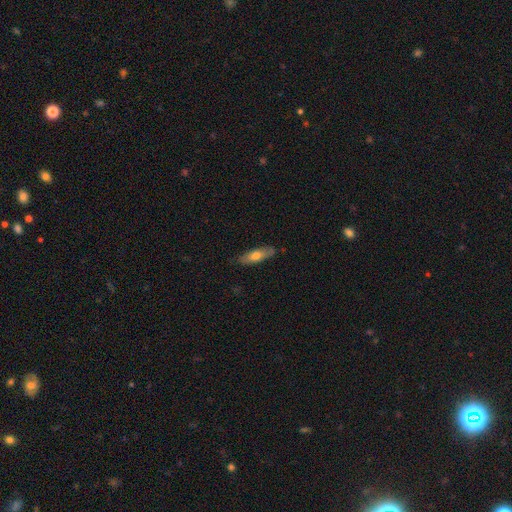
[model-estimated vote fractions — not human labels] A smooth galaxy with no disk features (65%) that is in between round and cigar-shaped (49%).

Vote fractions:
- Smooth or featured? smooth: 65% / featured or disk: 29% / star or artifact: 6%
- How rounded? in between: 49% / cigar-shaped: 48% / round: 2%
- Merging? none: 81% / minor disturbance: 15% / major disturbance: 3% / merger: 1%